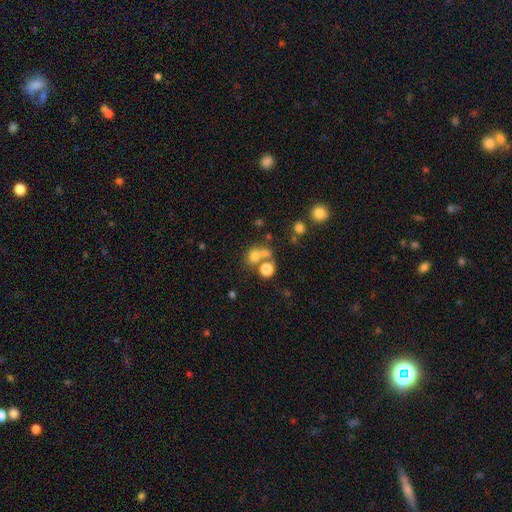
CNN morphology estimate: Smooth or featured?
  - smooth: 66% *
  - star or artifact: 18%
  - featured or disk: 15%
How rounded?
  - round: 72% *
  - in between: 27%
  - cigar-shaped: 1%
Merging?
  - merger: 43% *
  - none: 40%
  - minor disturbance: 9%
  - major disturbance: 7%